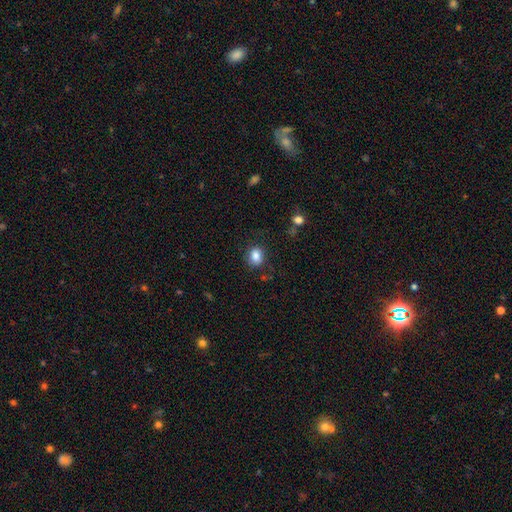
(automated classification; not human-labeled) Overall: smooth (85%). How rounded: in between (55%; round 44%). Merging: none (80%).